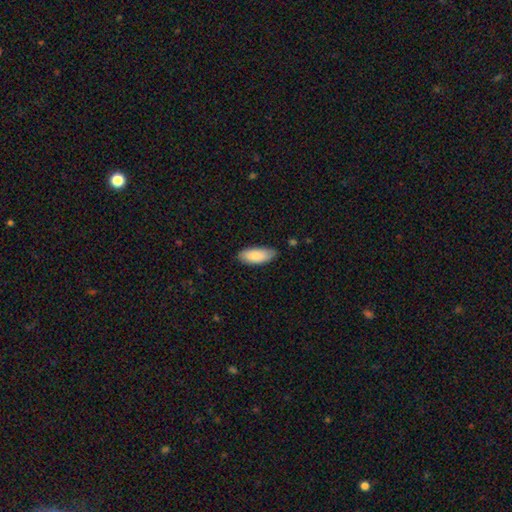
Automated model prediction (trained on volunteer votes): Smooth or featured?
  - smooth: 85% *
  - featured or disk: 9%
  - star or artifact: 6%
How rounded?
  - in between: 83% *
  - cigar-shaped: 16%
  - round: 2%
Merging?
  - none: 79% *
  - minor disturbance: 17%
  - major disturbance: 2%
  - merger: 1%